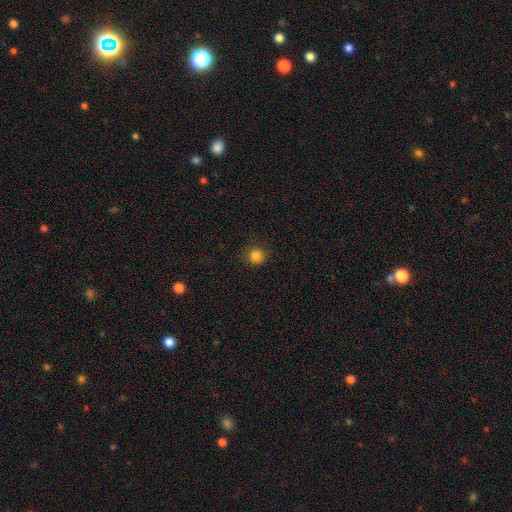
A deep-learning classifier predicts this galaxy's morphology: This is clearly a smooth galaxy (83%). How rounded: clearly round (91%). Merging: clearly none (86%).